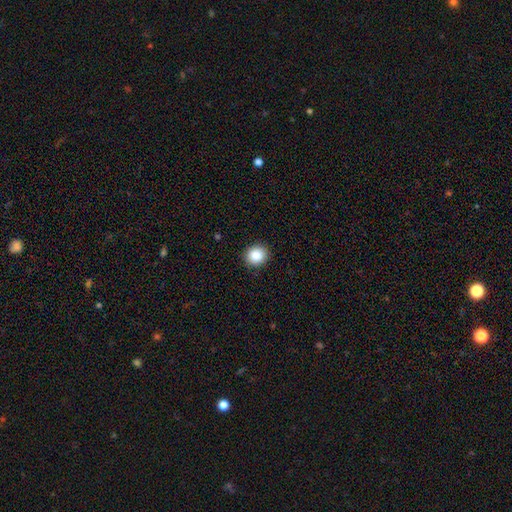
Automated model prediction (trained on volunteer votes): Smooth or featured?
  - smooth: 87% *
  - star or artifact: 9%
  - featured or disk: 4%
How rounded?
  - round: 85% *
  - in between: 14%
  - cigar-shaped: 1%
Merging?
  - none: 91% *
  - minor disturbance: 6%
  - major disturbance: 2%
  - merger: 1%